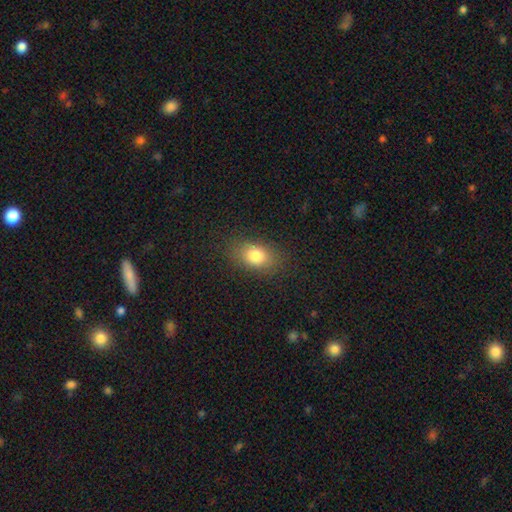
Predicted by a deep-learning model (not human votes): Smooth or featured? smooth (81%)
How rounded? in between (75%)
Merging? none (84%)